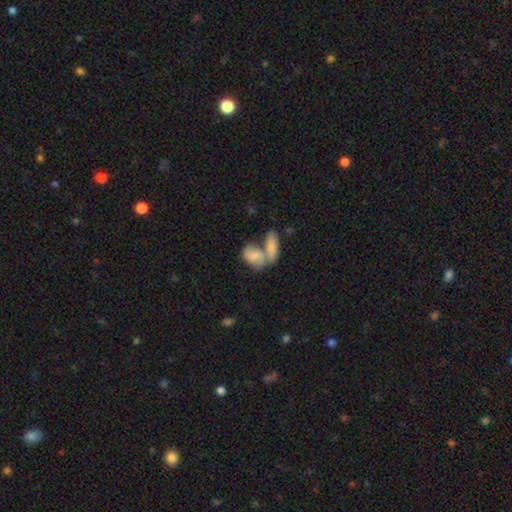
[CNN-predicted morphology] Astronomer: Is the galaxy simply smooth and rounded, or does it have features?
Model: smooth — 60%.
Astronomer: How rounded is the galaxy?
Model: in between — 82%.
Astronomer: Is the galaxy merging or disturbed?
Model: merger — 59%.